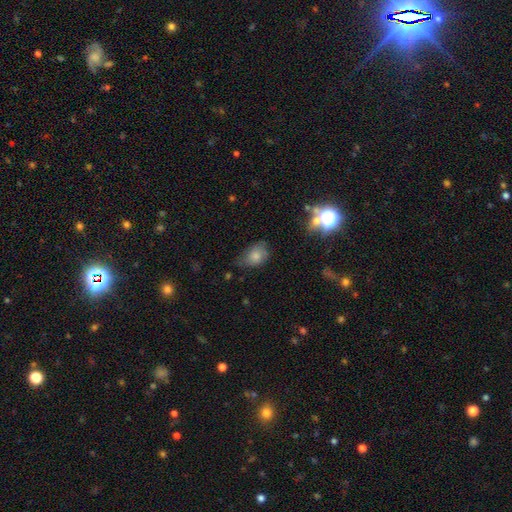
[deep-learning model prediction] This appears to be a smooth galaxy with no disk features (76%) that is in between round and cigar-shaped (73%). Merging: none (53%).